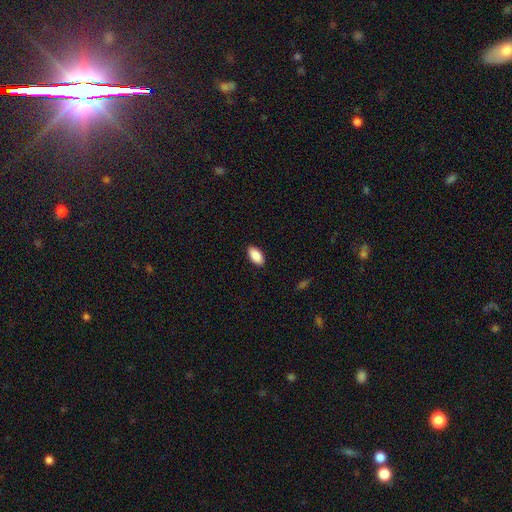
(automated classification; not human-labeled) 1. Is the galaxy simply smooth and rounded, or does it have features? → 89% smooth, 6% star or artifact, 5% featured or disk.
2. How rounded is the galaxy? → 93% in between, 4% cigar-shaped, 2% round.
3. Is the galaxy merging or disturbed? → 89% none, 8% minor disturbance, 2% major disturbance, 1% merger.